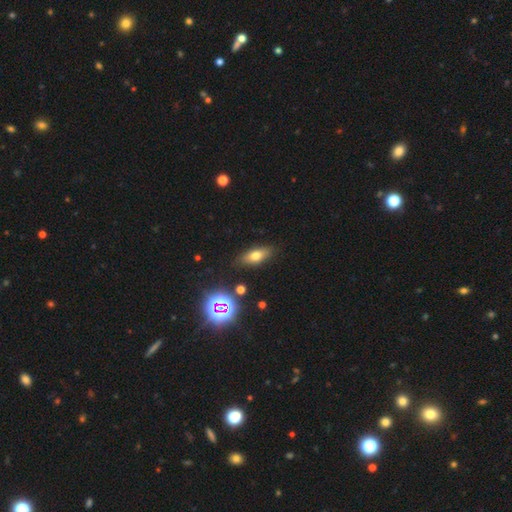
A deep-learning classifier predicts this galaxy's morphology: Smooth or featured? smooth (64%)
How rounded? in between (73%)
Merging? none (84%)